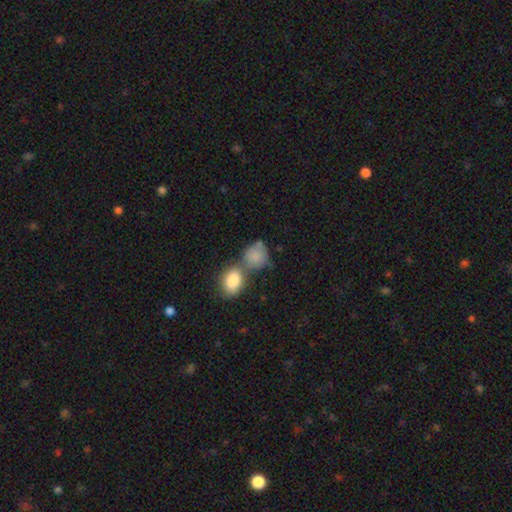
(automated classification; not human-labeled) smooth 83%, featured or disk 9%, star or artifact 8%. Down the decision tree: how rounded — round (57%); merging — merger (52%).